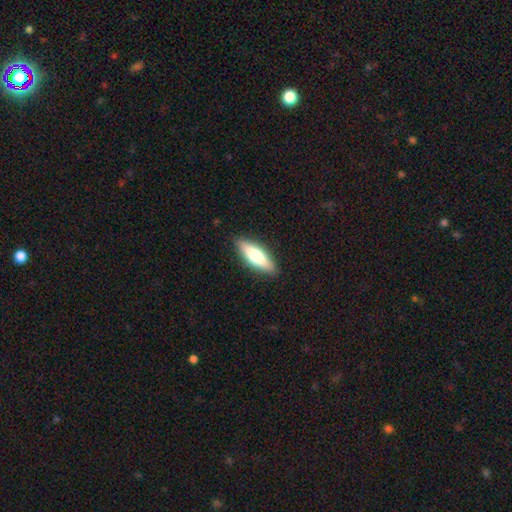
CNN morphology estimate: type=smooth (59%); roundness=cigar-shaped (50%); merging=none (88%).